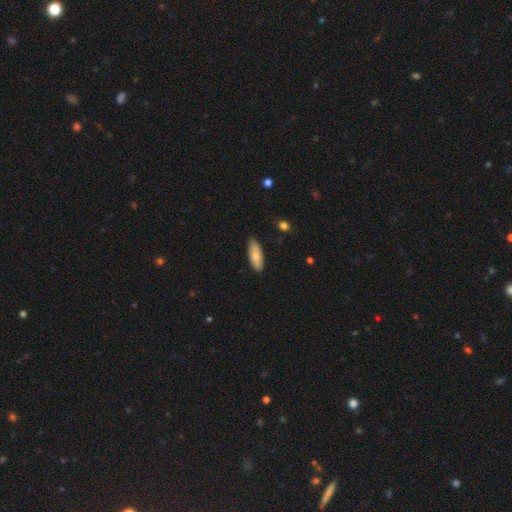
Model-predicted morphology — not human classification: This appears to be a smooth galaxy with no disk features (80%) that is in between round and cigar-shaped (72%). Merging: none (84%).